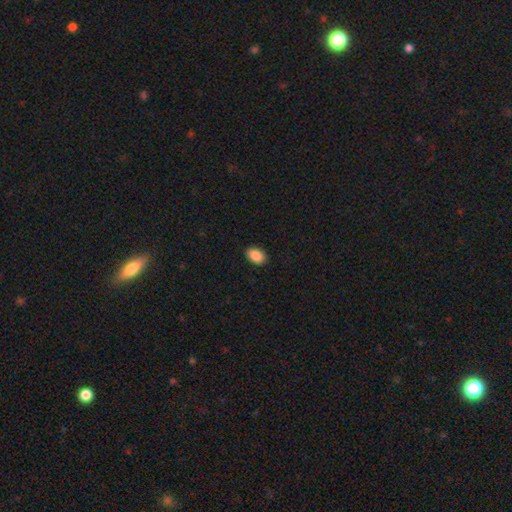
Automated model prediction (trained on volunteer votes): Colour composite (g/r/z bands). It shows a smooth galaxy with no disk features (89%) that is in between round and cigar-shaped (87%). Merging: none (90%).